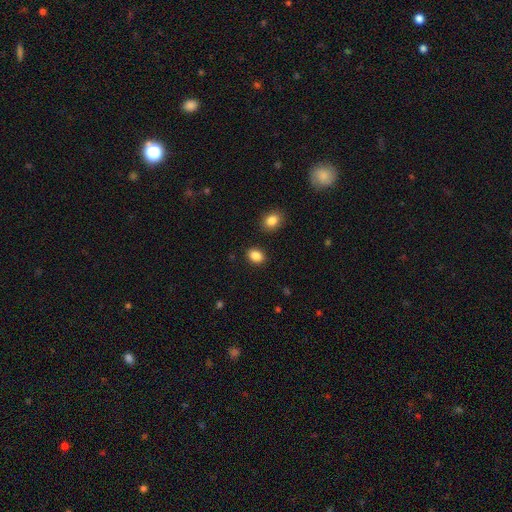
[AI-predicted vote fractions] This appears to be a smooth galaxy with no disk features (87%) that is in between round and cigar-shaped (71%). Merging: none (87%).